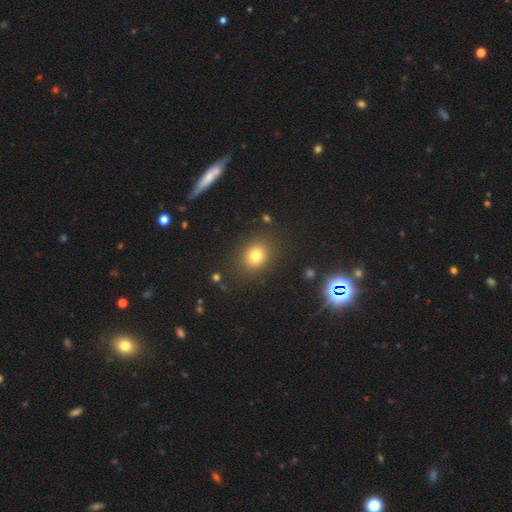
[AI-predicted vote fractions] Smooth or featured?
  - smooth: 78% *
  - star or artifact: 14%
  - featured or disk: 9%
How rounded?
  - round: 65% *
  - in between: 34%
  - cigar-shaped: 1%
Merging?
  - none: 86% *
  - minor disturbance: 9%
  - major disturbance: 4%
  - merger: 2%